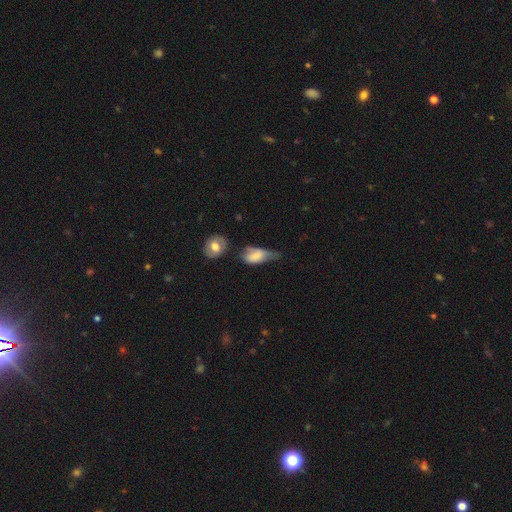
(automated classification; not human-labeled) This is likely a smooth galaxy (68%). How rounded: clearly in between (84%). Merging: marginally minor disturbance (40%).